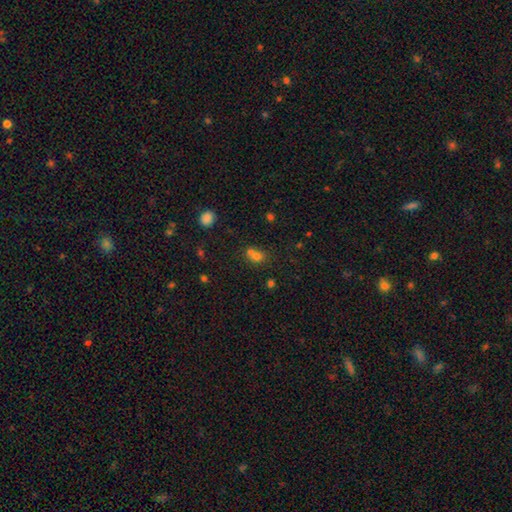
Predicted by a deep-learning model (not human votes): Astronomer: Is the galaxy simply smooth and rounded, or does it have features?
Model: smooth — 67%.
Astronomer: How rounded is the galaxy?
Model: round — 65%.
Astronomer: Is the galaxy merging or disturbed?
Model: merger — 52% (runner-up: none, 36%).